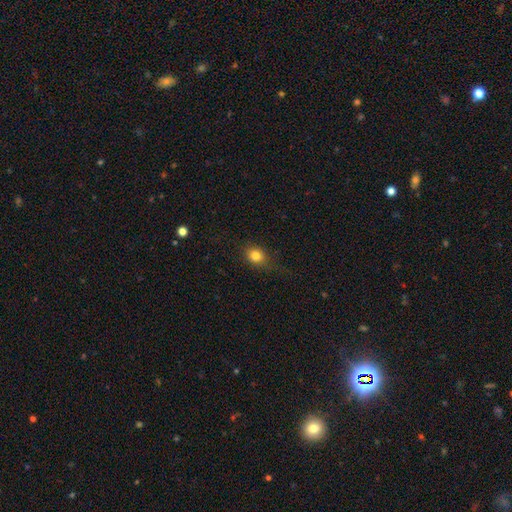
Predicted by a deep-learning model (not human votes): Q: Smooth or featured?
A: smooth (81%); runner-up: star or artifact (12%)
Q: How rounded?
A: round (60%); runner-up: in between (38%)
Q: Merging?
A: none (78%); runner-up: minor disturbance (15%)